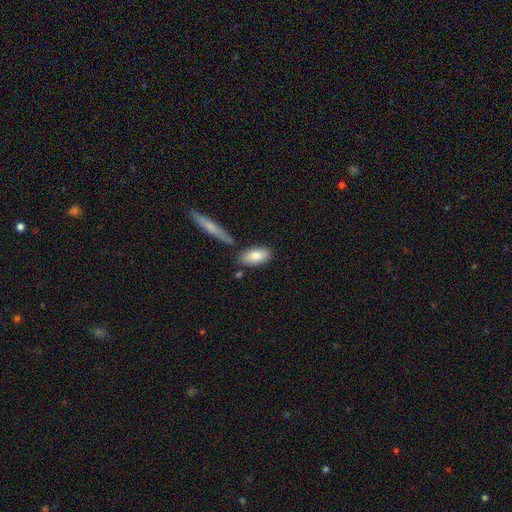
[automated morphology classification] smooth-or-featured: smooth: 81% | featured or disk: 13% | star or artifact: 6%
  how-rounded: in between: 88% | cigar-shaped: 10% | round: 3%
  merging: none: 76% | minor disturbance: 13% | merger: 8% | major disturbance: 3%